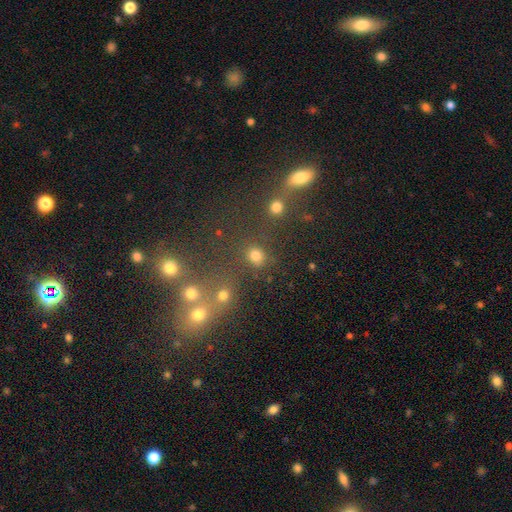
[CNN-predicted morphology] A smooth galaxy with no disk features (75%) that is round (72%). Merging: none (73%).